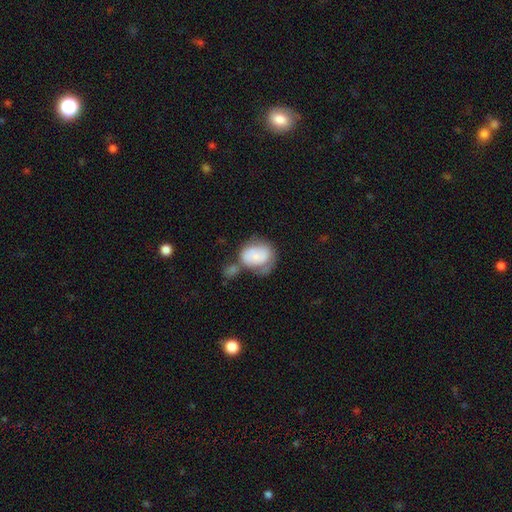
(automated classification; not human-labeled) Overall: smooth (68%). How rounded: in between (61%; round 38%). Merging: merger (32%; major disturbance 23%).